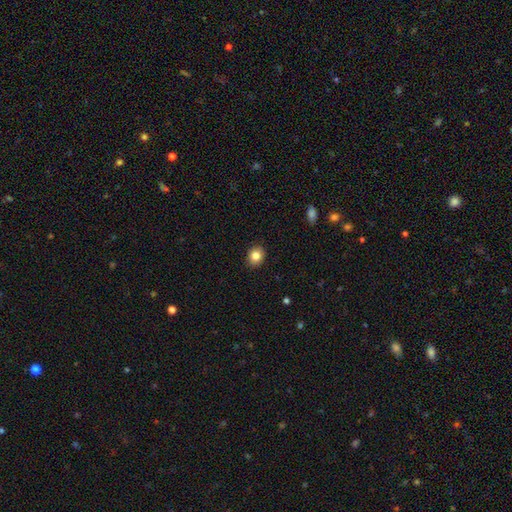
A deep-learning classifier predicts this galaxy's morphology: Overall: smooth (83%). How rounded: round (64%; in between 35%). Merging: none (90%).